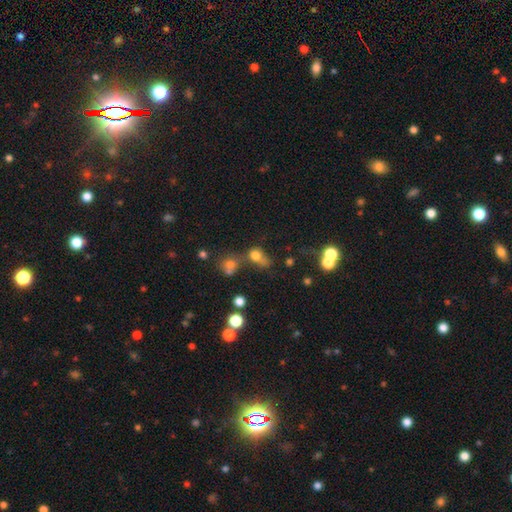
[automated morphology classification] smooth_or_featured: smooth (p=0.70) [alt: star or artifact p=0.18]
how_rounded: round (p=0.55) [alt: in between p=0.42]
merging: merger (p=0.37) [alt: none p=0.33]